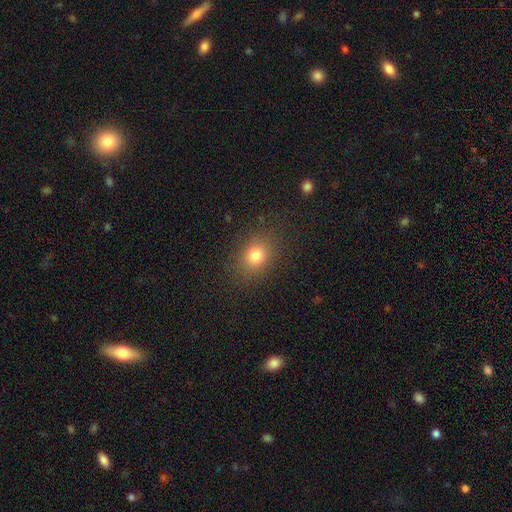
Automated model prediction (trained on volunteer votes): A smooth galaxy with no disk features (78%) that is round (50%). Merging: none (85%).